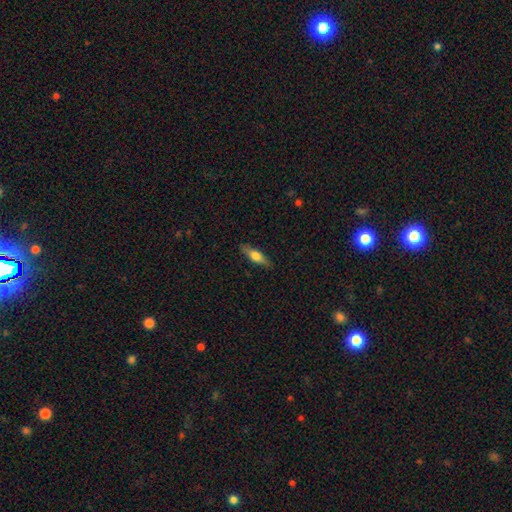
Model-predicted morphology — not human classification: A smooth galaxy with no disk features (60%) that is cigar-shaped (55%). Merging: none (86%).